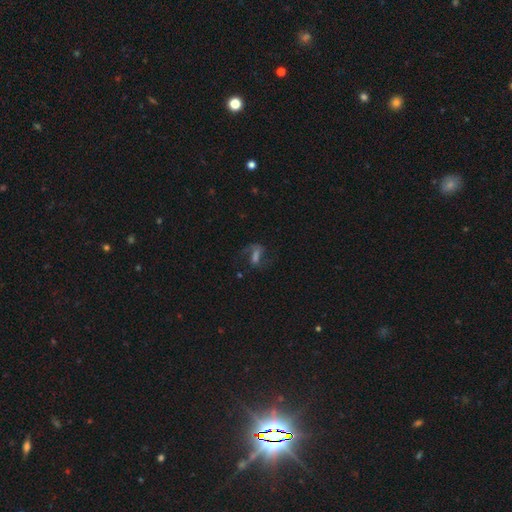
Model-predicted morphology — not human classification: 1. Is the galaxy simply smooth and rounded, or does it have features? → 52% featured or disk, 31% smooth, 17% star or artifact.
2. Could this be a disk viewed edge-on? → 93% no, 7% yes.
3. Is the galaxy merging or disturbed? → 50% none, 29% major disturbance, 16% minor disturbance, 5% merger.